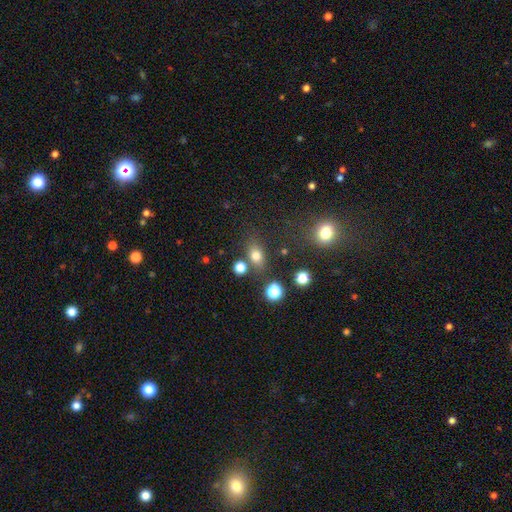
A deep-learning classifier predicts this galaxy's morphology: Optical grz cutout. It shows a smooth galaxy with no disk features (75%) that is in between round and cigar-shaped (60%). Merging: none (70%).